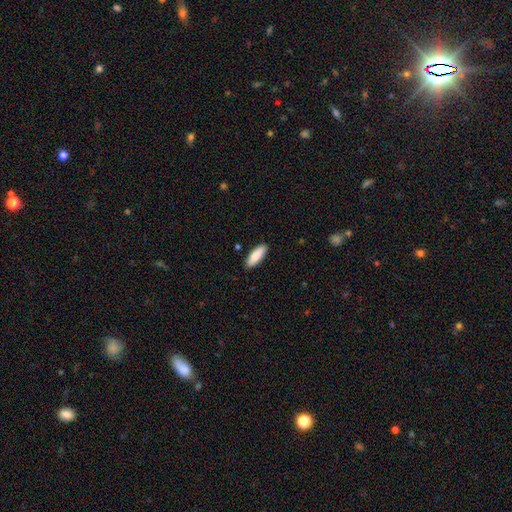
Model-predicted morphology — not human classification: This is clearly a smooth galaxy (86%). How rounded: likely in between (66%). Merging: clearly none (89%).